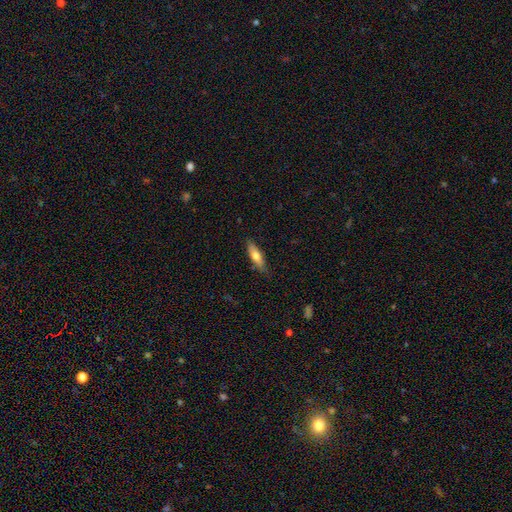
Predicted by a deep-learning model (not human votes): Q: Smooth or featured?
A: smooth (64%); runner-up: featured or disk (30%)
Q: How rounded?
A: cigar-shaped (60%); runner-up: in between (38%)
Q: Merging?
A: none (82%); runner-up: minor disturbance (14%)